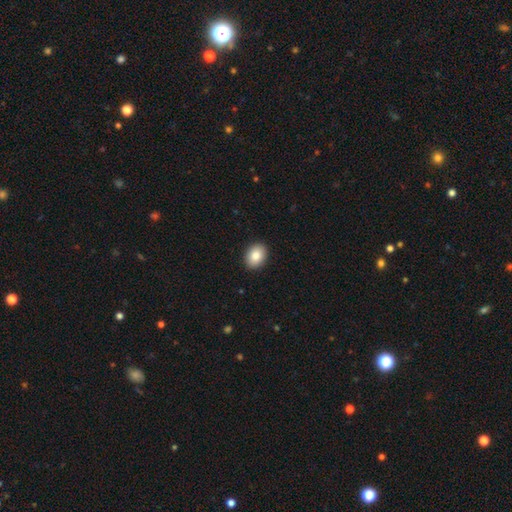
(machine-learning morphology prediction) A smooth galaxy with no disk features (87%) that is in between round and cigar-shaped (69%). Merging: none (91%).